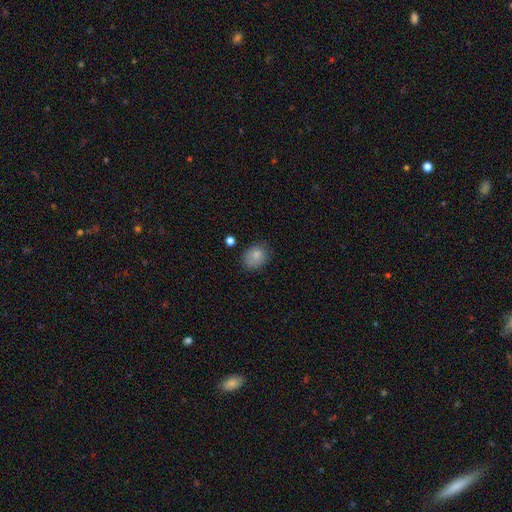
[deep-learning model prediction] smooth 82%, star or artifact 9%, featured or disk 9%. Down the decision tree: how rounded — in between (50%); merging — none (71%).